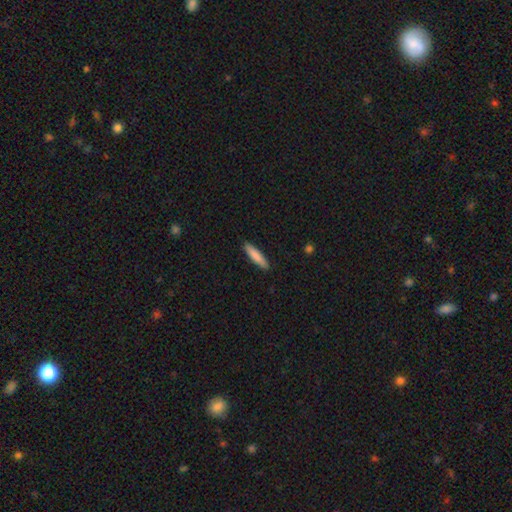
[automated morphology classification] This appears to be a smooth galaxy with no disk features (83%) that is cigar-shaped (85%). Merging: none (90%).